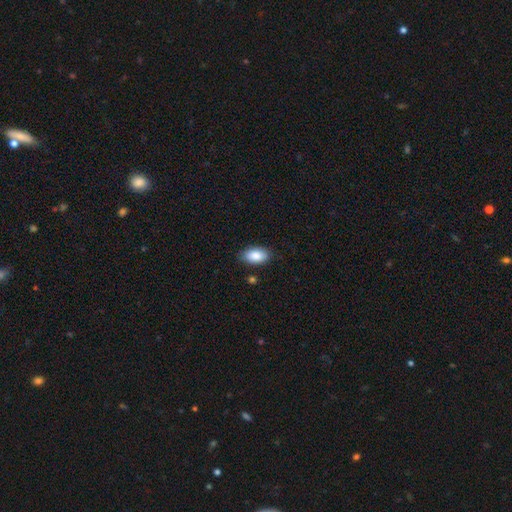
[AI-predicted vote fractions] smooth-or-featured: smooth: 88% | star or artifact: 7% | featured or disk: 6%
  how-rounded: in between: 93% | round: 4% | cigar-shaped: 3%
  merging: none: 84% | minor disturbance: 12% | major disturbance: 2% | merger: 2%